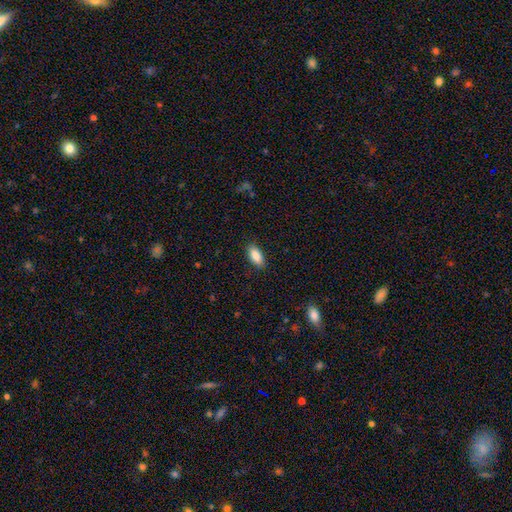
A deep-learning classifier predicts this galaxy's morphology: smooth-or-featured: smooth: 87% | star or artifact: 7% | featured or disk: 6%
  how-rounded: in between: 89% | cigar-shaped: 9% | round: 2%
  merging: none: 88% | minor disturbance: 9% | major disturbance: 2% | merger: 1%